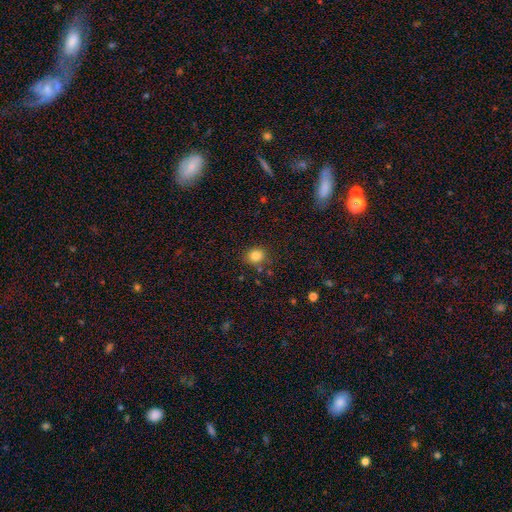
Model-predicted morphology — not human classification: Smooth or featured?
  - smooth: 83% *
  - star or artifact: 12%
  - featured or disk: 5%
How rounded?
  - round: 73% *
  - in between: 26%
  - cigar-shaped: 1%
Merging?
  - none: 82% *
  - minor disturbance: 11%
  - merger: 4%
  - major disturbance: 3%